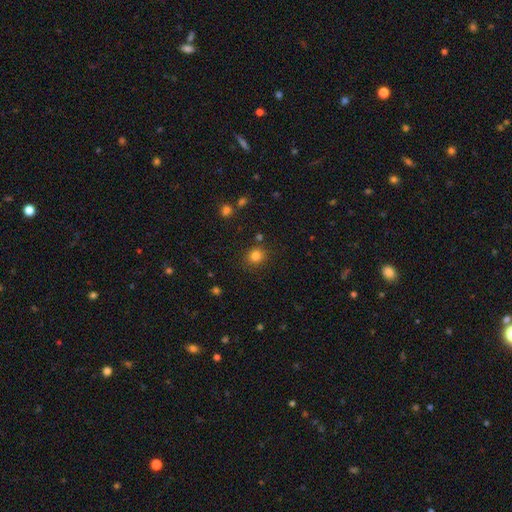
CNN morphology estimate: Smooth or featured: smooth — 81% (star or artifact — 13%)
How rounded: round — 85% (in between — 14%)
Merging: none — 83% (minor disturbance — 9%)